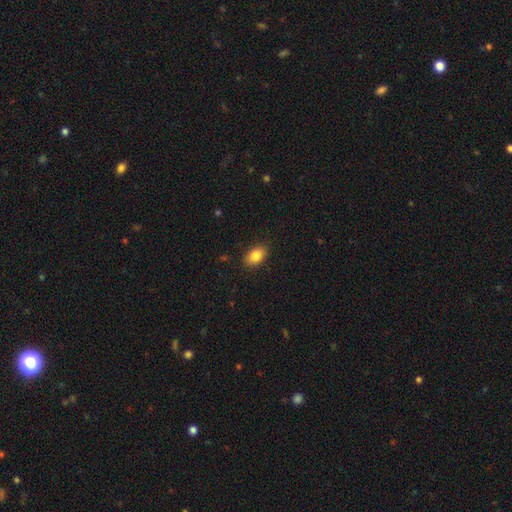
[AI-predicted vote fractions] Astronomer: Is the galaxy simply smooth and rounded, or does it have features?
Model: smooth — 86%.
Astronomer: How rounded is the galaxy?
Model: in between — 88%.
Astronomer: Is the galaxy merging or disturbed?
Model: none — 87%.